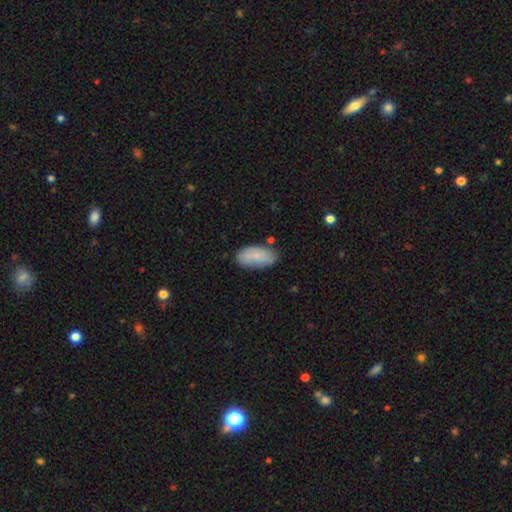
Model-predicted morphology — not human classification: Smooth or featured: smooth — 79% (featured or disk — 14%)
How rounded: in between — 93% (cigar-shaped — 4%)
Merging: none — 74% (minor disturbance — 20%)